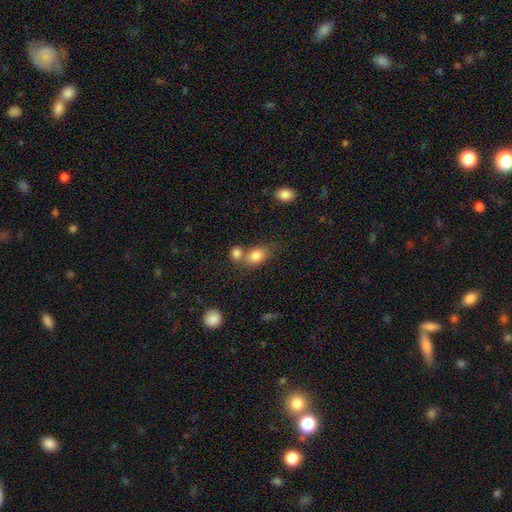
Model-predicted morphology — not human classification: type=smooth (81%); roundness=in between (74%); merging=none (43%).